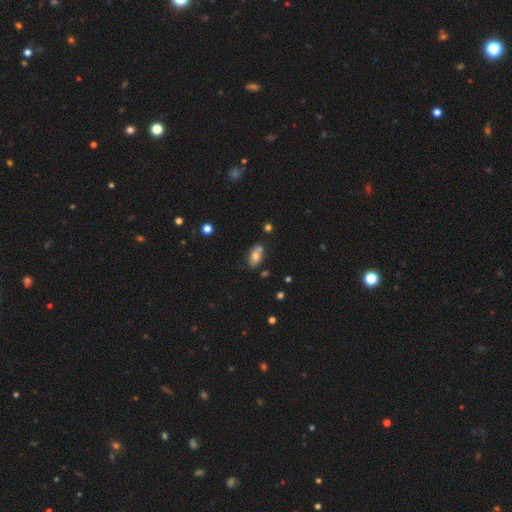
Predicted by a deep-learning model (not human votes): smooth 68%, featured or disk 23%, star or artifact 10%. Down the decision tree: how rounded — in between (85%); merging — none (59%).